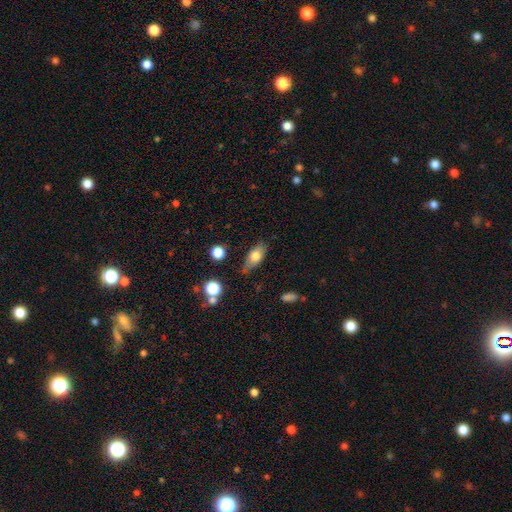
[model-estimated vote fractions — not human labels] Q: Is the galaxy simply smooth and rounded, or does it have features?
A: smooth — 71%.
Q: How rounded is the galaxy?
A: in between — 82%.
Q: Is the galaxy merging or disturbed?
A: none — 67%.